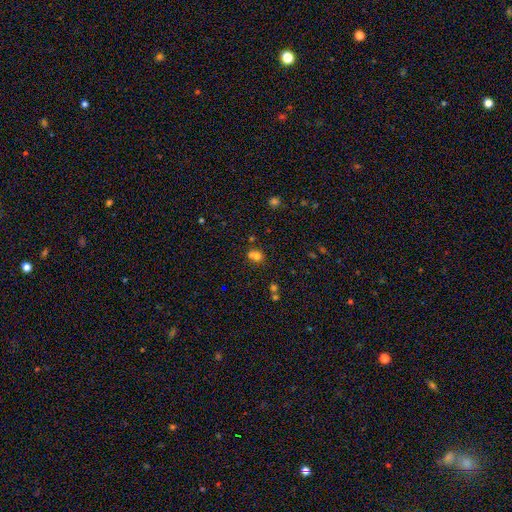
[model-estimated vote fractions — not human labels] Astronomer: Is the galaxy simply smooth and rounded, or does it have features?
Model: smooth — 68%.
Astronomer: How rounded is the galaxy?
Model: round — 68%.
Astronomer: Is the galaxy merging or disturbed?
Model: merger — 45% (runner-up: none, 41%).